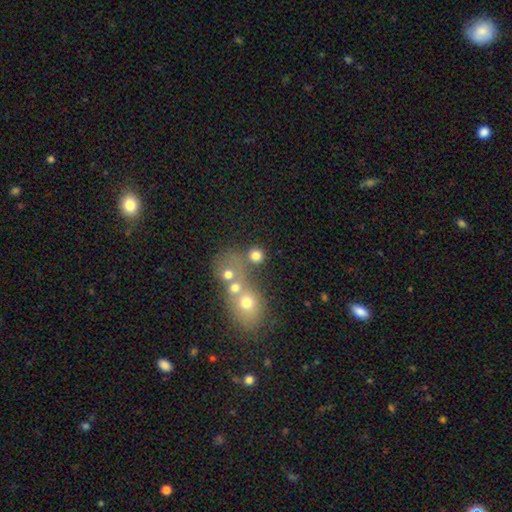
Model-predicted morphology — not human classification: Smooth or featured? smooth (73%)
How rounded? round (85%)
Merging? none (56%)